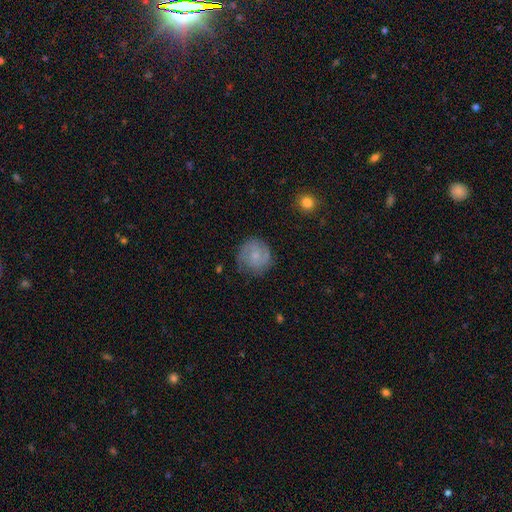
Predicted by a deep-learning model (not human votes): A featured or disk galaxy (46%, tied with smooth).

Vote fractions:
- Smooth or featured? featured or disk: 46% (tied) / smooth: 46% (tied) / star or artifact: 8%
- Merging? none: 70% / minor disturbance: 22% / major disturbance: 7% / merger: 1%